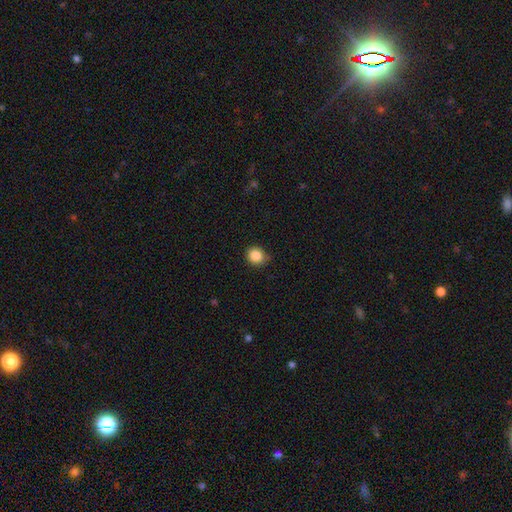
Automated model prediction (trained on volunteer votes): This is clearly a smooth galaxy (87%). How rounded: clearly round (82%). Merging: clearly none (81%).